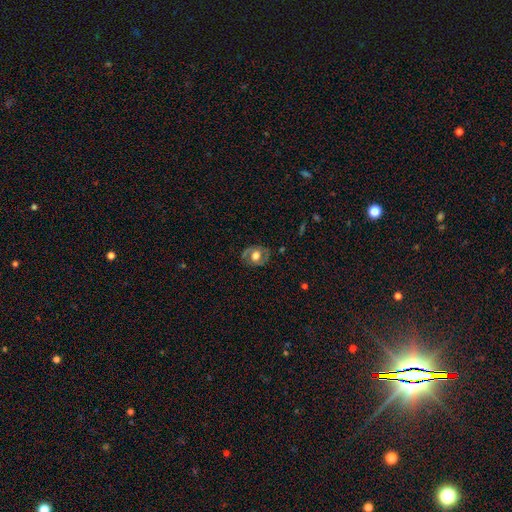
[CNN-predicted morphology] smooth-or-featured: featured or disk: 55% | smooth: 38% | star or artifact: 8%
  disk-edge-on: no: 94% | yes: 6%
    bar: no: 68% | weak: 24% | strong: 8%
    has-spiral-arms: no: 55% | yes: 45%
    bulge-size: moderate: 47% | large: 44% | small: 4% | dominant: 4% | none: 1%
  merging: none: 74% | minor disturbance: 17% | major disturbance: 7% | merger: 1%